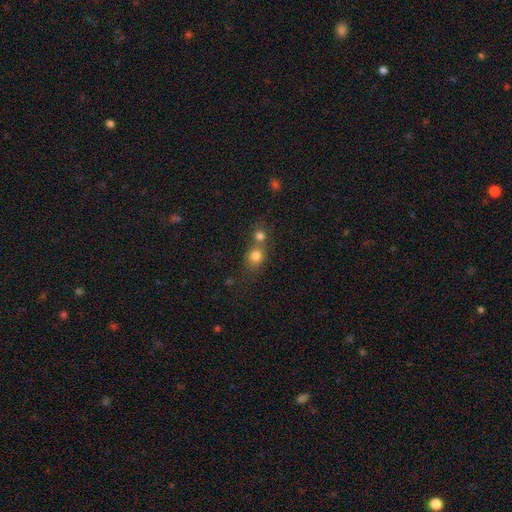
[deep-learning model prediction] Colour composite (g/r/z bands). It shows a smooth galaxy with no disk features (78%) that is round (74%). Merging: merger (51%).